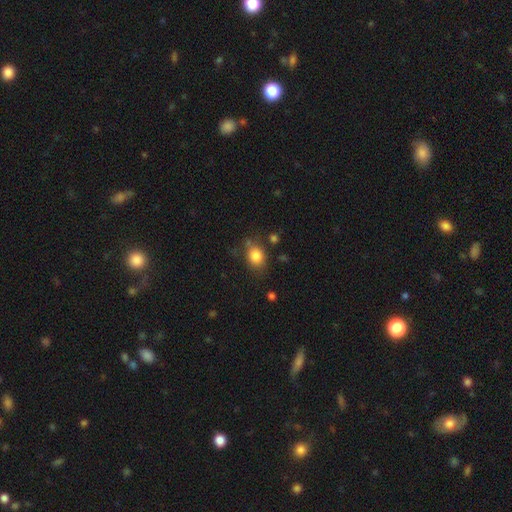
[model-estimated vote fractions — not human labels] Overall: smooth (83%). How rounded: in between (55%; round 43%). Merging: none (70%).